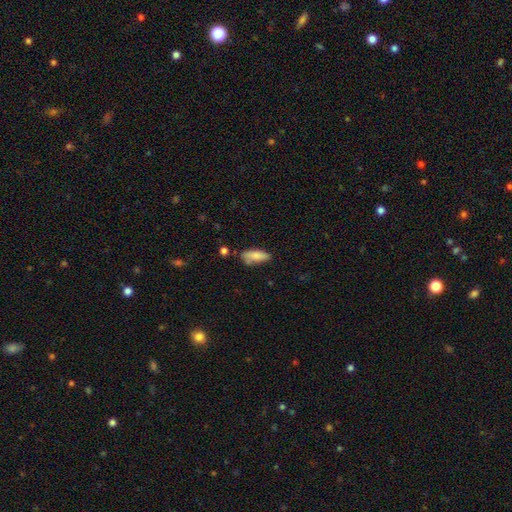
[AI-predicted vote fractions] A smooth galaxy with no disk features (81%) that is in between round and cigar-shaped (72%). Merging: none (60%).